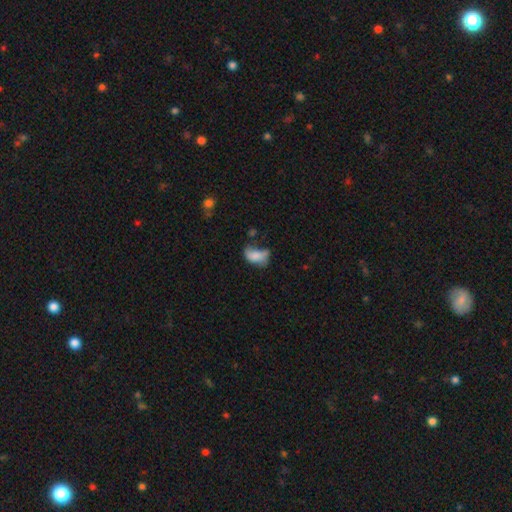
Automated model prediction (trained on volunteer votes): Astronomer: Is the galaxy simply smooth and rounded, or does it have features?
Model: smooth — 70%.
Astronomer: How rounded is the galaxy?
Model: in between — 89%.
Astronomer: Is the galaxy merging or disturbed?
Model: major disturbance — 31% (runner-up: minor disturbance, 29%).